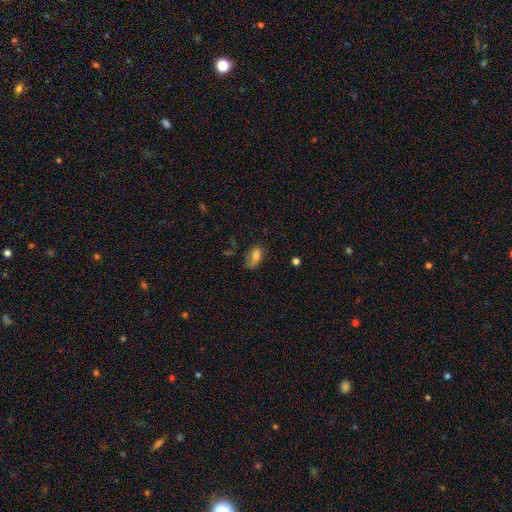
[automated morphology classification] Smooth or featured? Predicted: smooth (p=0.72). How rounded? Predicted: in between (p=0.88). Merging? Predicted: none (p=0.43).